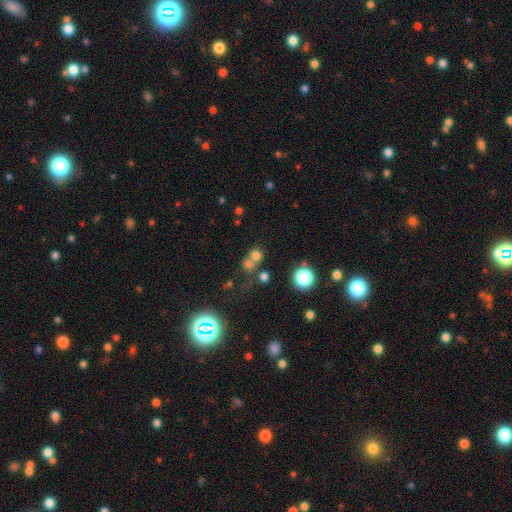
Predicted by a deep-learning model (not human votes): This is likely a smooth galaxy (66%). How rounded: clearly round (84%). Merging: possibly none (48%).